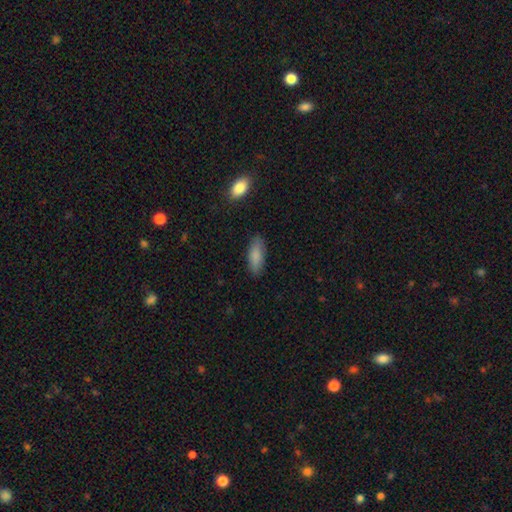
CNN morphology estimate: smooth-or-featured: smooth: 85% | featured or disk: 8% | star or artifact: 6%
  how-rounded: in between: 68% | cigar-shaped: 30% | round: 2%
  merging: none: 84% | minor disturbance: 12% | major disturbance: 3% | merger: 1%